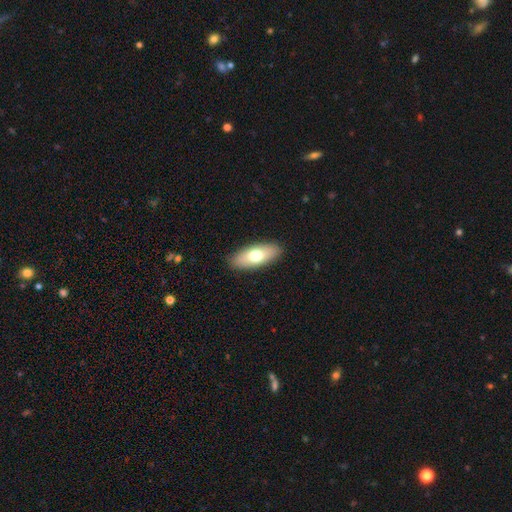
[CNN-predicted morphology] This is likely a smooth galaxy (70%). How rounded: likely in between (79%). Merging: clearly none (89%).